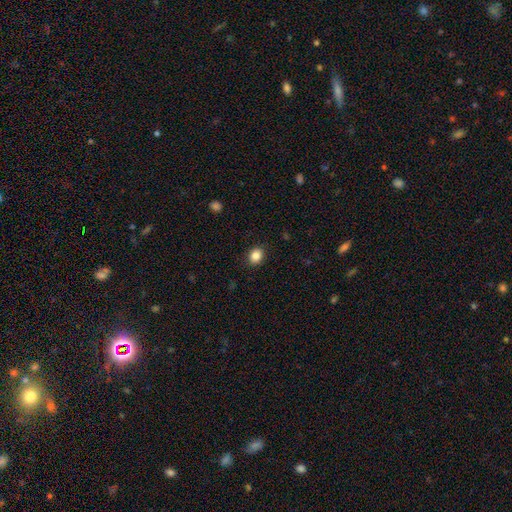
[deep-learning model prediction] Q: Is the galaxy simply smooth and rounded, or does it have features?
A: smooth — 85%.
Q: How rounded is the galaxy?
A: round — 62%.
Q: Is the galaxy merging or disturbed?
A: none — 90%.